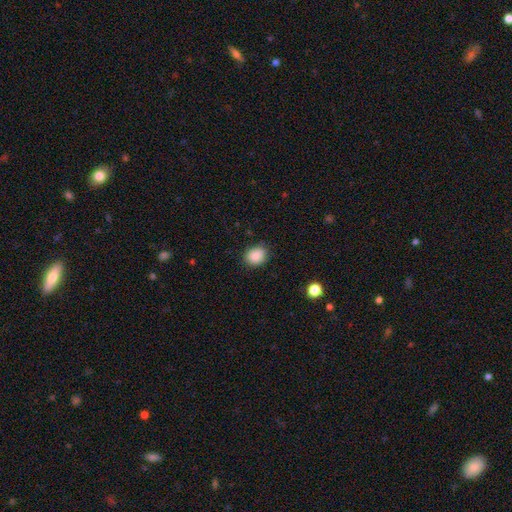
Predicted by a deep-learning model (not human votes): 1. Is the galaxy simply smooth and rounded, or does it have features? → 88% smooth, 9% star or artifact, 3% featured or disk.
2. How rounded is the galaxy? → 52% round, 47% in between, 1% cigar-shaped.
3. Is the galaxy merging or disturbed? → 84% none, 12% minor disturbance, 3% major disturbance, 1% merger.